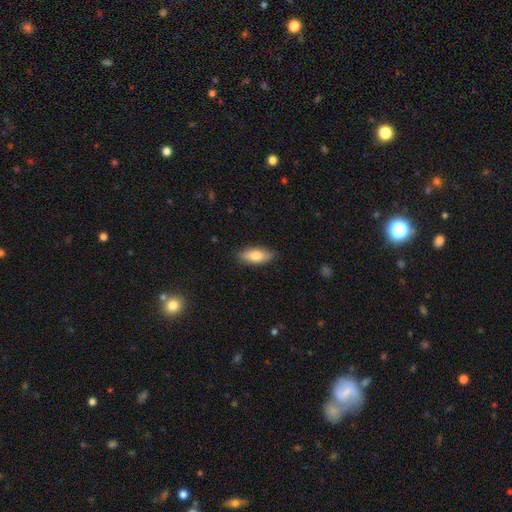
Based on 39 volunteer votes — smooth 82%, featured or disk 10%, star or artifact 8%. Down the decision tree: how rounded — in between (81%); merging — none (97%).